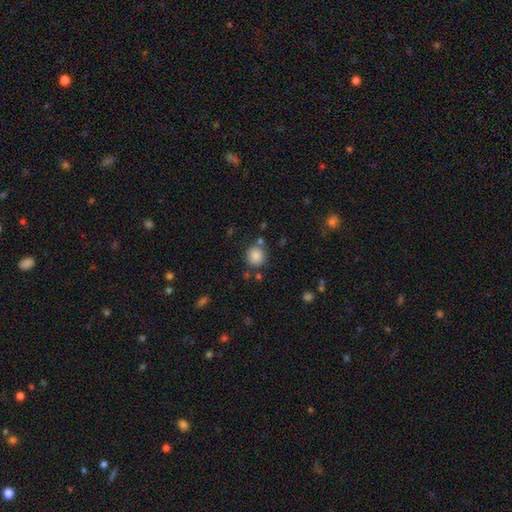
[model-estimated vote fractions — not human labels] Overall: smooth (86%). How rounded: round (90%). Merging: none (79%).